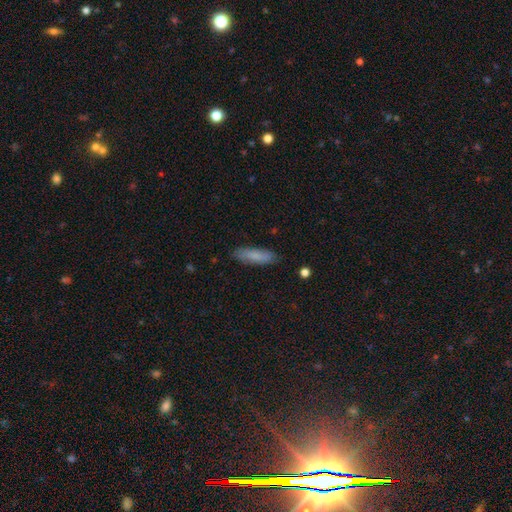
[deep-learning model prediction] smooth 78%, featured or disk 15%, star or artifact 6%. Down the decision tree: how rounded — cigar-shaped (60%); merging — none (84%).